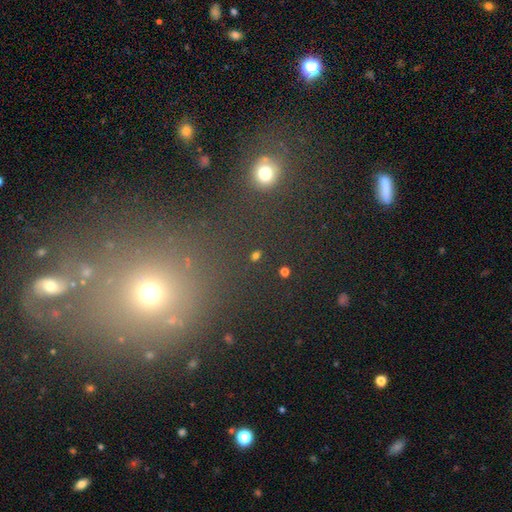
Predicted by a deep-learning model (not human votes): Smooth or featured: smooth — 56% (star or artifact — 34%)
How rounded: round — 73% (in between — 23%)
Merging: none — 84% (minor disturbance — 7%)